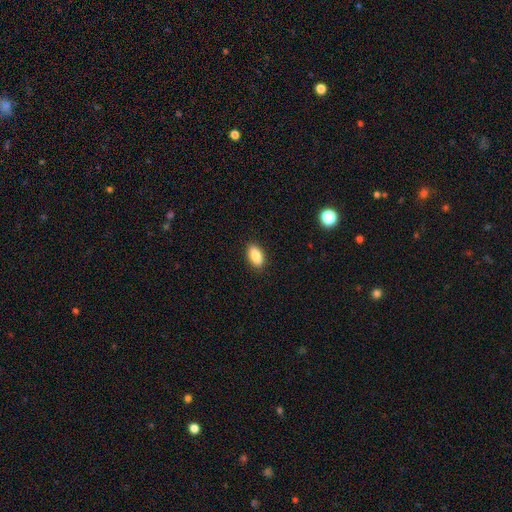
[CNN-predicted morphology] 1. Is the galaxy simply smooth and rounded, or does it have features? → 86% smooth, 7% star or artifact, 7% featured or disk.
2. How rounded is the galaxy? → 90% in between, 6% cigar-shaped, 4% round.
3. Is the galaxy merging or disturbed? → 89% none, 8% minor disturbance, 2% major disturbance, 1% merger.